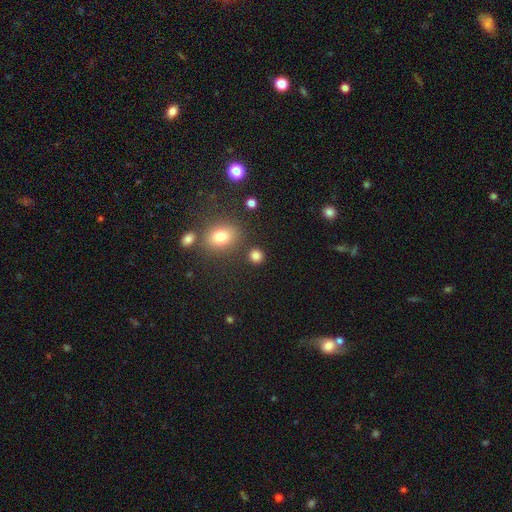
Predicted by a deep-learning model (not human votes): The model was most divided on "smooth or featured": smooth: 81%, star or artifact: 14%, featured or disk: 5%. More confident: how rounded — round (85%); merging — none (84%).